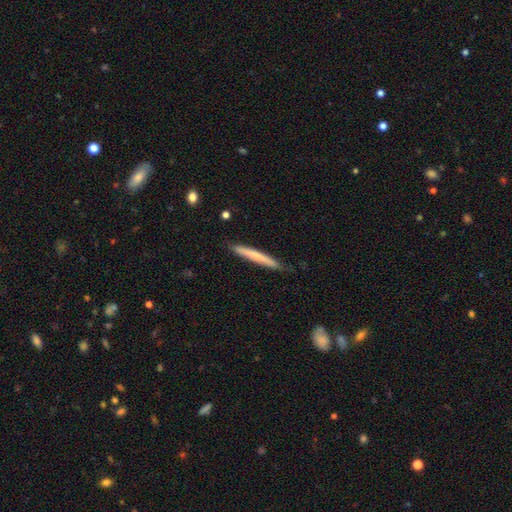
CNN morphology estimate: Smooth or featured?
  - smooth: 62% *
  - featured or disk: 32%
  - star or artifact: 6%
How rounded?
  - cigar-shaped: 96% *
  - in between: 2%
  - round: 1%
Merging?
  - none: 84% *
  - minor disturbance: 13%
  - major disturbance: 2%
  - merger: 1%